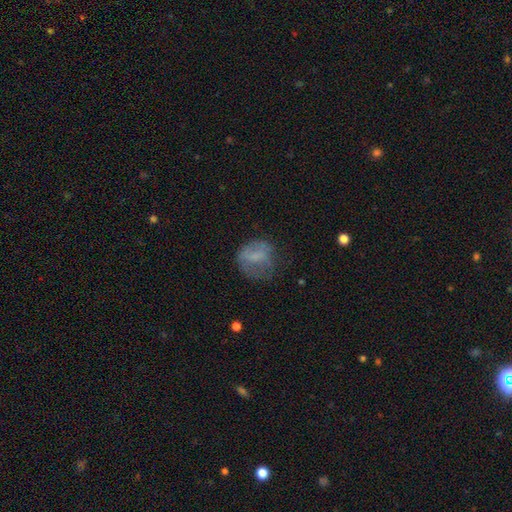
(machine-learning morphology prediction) smooth 55%, featured or disk 33%, star or artifact 12%. Down the decision tree: how rounded — round (69%); merging — none (52%).